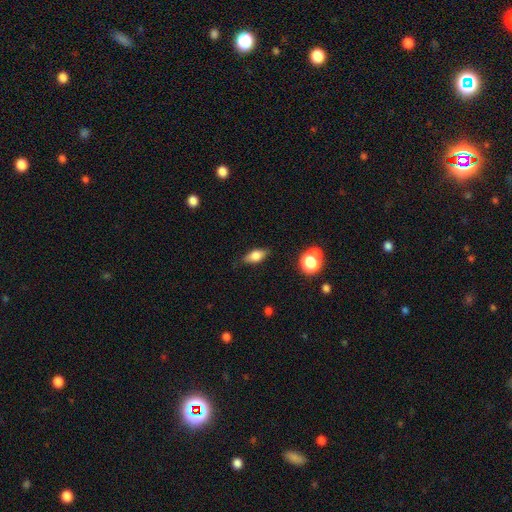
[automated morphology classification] smooth 71%, featured or disk 20%, star or artifact 9%. Down the decision tree: how rounded — in between (80%); merging — none (80%).